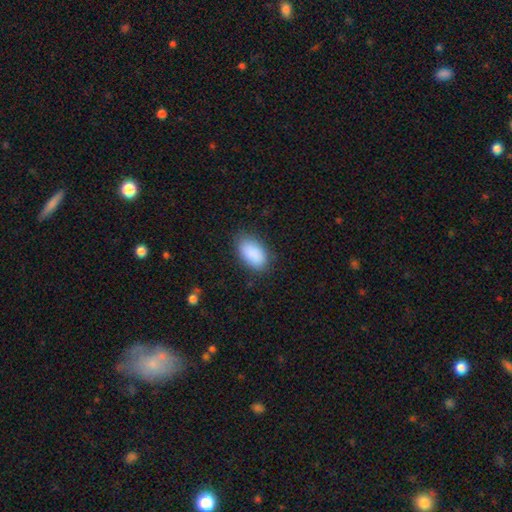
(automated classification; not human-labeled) Overall: smooth (89%). How rounded: in between (94%). Merging: none (82%).